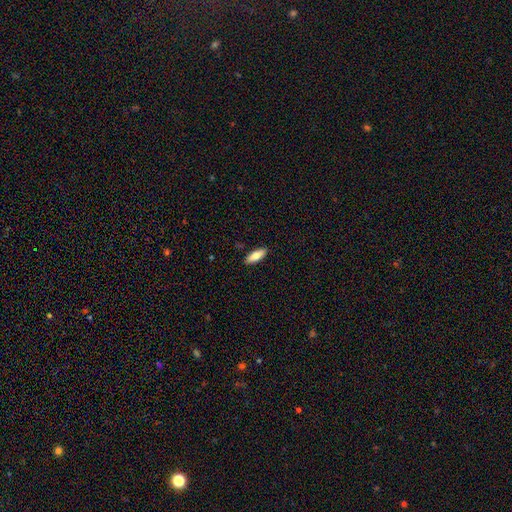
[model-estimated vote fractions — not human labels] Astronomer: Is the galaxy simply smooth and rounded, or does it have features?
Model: smooth — 76%.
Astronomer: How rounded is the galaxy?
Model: in between — 65%.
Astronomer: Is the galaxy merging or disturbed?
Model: none — 89%.